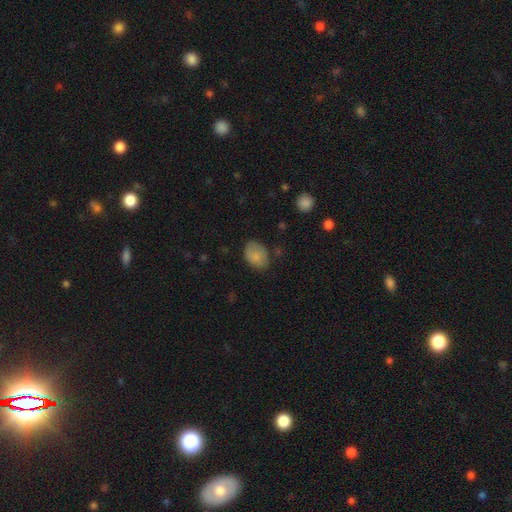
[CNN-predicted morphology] type=smooth (83%); roundness=in between (78%); merging=none (69%).